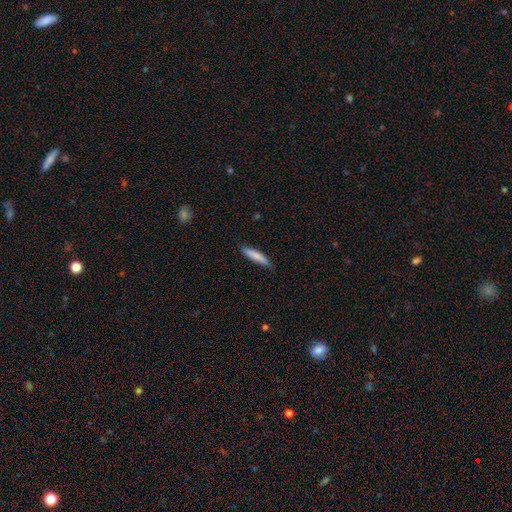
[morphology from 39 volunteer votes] smooth_or_featured: smooth (p=0.85) [alt: featured or disk p=0.08]
how_rounded: cigar-shaped (p=0.97) [alt: in between p=0.03]
merging: none (p=0.92) [alt: minor disturbance p=0.06]